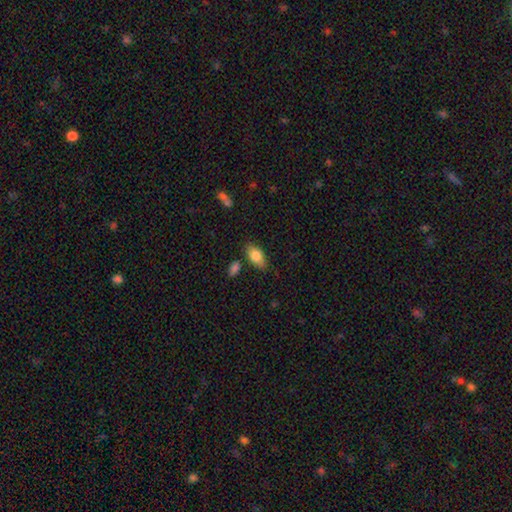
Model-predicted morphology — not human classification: The model was most divided on "merging": none: 77%, minor disturbance: 15%, merger: 4%, major disturbance: 3%. More confident: how rounded — in between (91%); smooth or featured — smooth (81%).